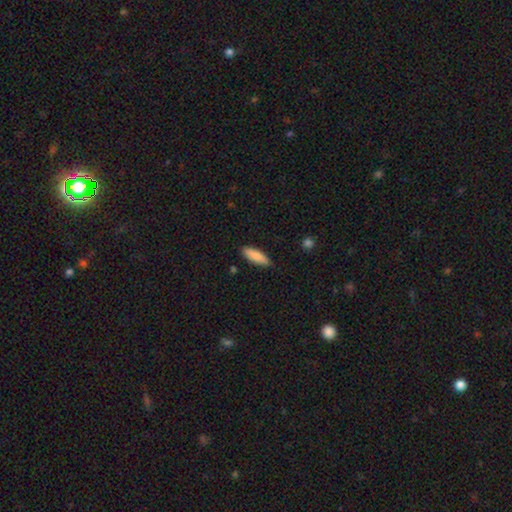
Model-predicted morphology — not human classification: Smooth or featured? Predicted: smooth (p=0.87). How rounded? Predicted: cigar-shaped (p=0.49, tied with in between). Merging? Predicted: none (p=0.85).